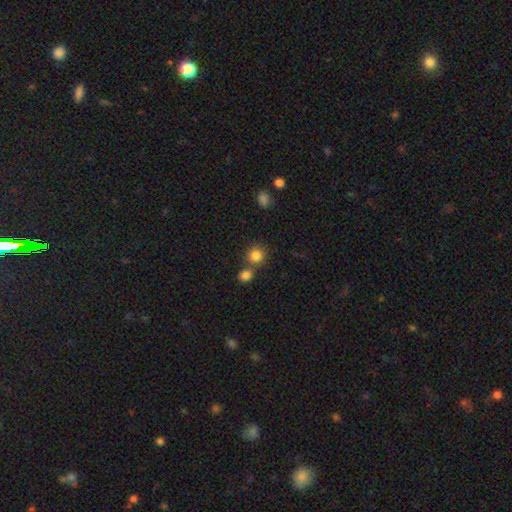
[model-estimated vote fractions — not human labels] Q: Smooth or featured?
A: smooth (84%); runner-up: star or artifact (11%)
Q: How rounded?
A: round (89%); runner-up: in between (10%)
Q: Merging?
A: none (64%); runner-up: merger (25%)